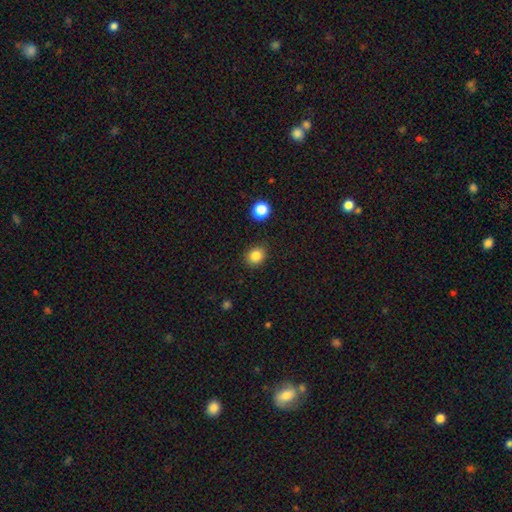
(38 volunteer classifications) A smooth galaxy with no disk features (92%) that is round (54%).

Vote fractions:
- Smooth or featured? smooth: 92% / star or artifact: 8% / featured or disk: 0%
- How rounded? round: 54% / in between: 46% / cigar-shaped: 0%
- Merging? none: 80% / minor disturbance: 11% / merger: 9% / major disturbance: 0%